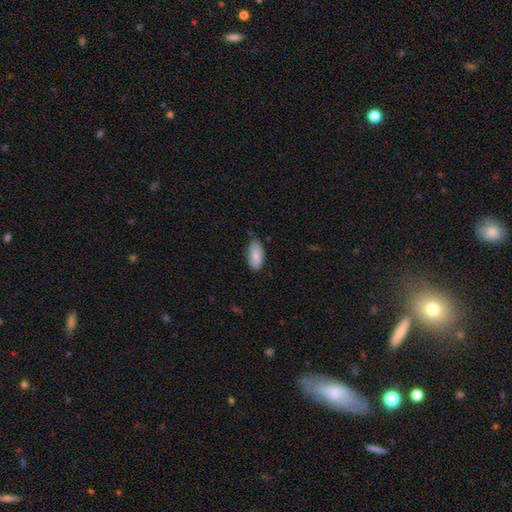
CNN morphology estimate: Smooth or featured?
  - smooth: 80% *
  - featured or disk: 15%
  - star or artifact: 6%
How rounded?
  - in between: 92% *
  - cigar-shaped: 6%
  - round: 2%
Merging?
  - none: 72% *
  - minor disturbance: 23%
  - major disturbance: 3%
  - merger: 2%